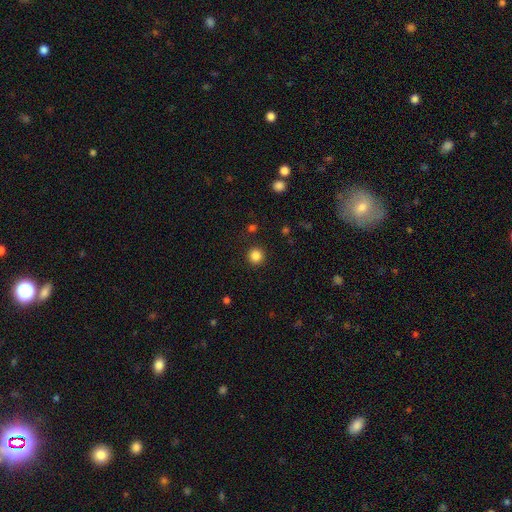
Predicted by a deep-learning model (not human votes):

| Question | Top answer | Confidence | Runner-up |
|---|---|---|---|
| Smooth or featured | smooth | 85% | star or artifact (12%) |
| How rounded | round | 95% | in between (4%) |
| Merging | none | 91% | minor disturbance (5%) |